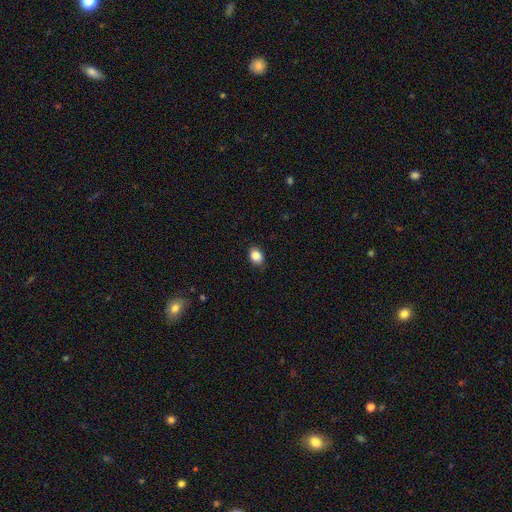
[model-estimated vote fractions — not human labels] A smooth galaxy with no disk features (87%) that is in between round and cigar-shaped (65%).

Vote fractions:
- Smooth or featured? smooth: 87% / star or artifact: 9% / featured or disk: 4%
- How rounded? in between: 65% / round: 34% / cigar-shaped: 1%
- Merging? none: 85% / minor disturbance: 12% / major disturbance: 2% / merger: 1%